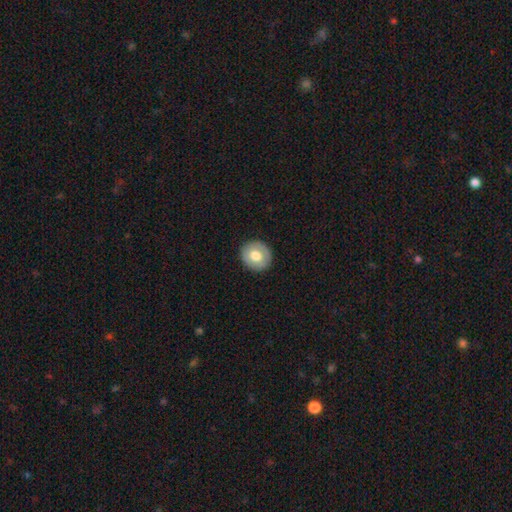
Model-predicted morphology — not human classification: This appears to be a smooth galaxy with no disk features (68%) that is round (83%). Merging: none (89%).